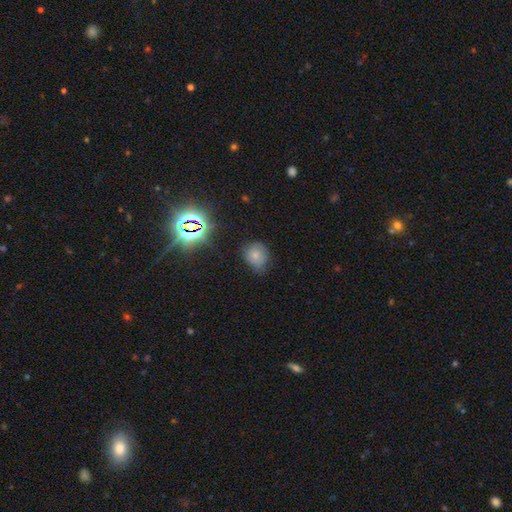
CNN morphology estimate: A smooth galaxy with no disk features (69%) that is round (69%).

Vote fractions:
- Smooth or featured? smooth: 69% / star or artifact: 20% / featured or disk: 11%
- How rounded? round: 69% / in between: 30% / cigar-shaped: 1%
- Merging? none: 66% / minor disturbance: 26% / major disturbance: 6% / merger: 2%